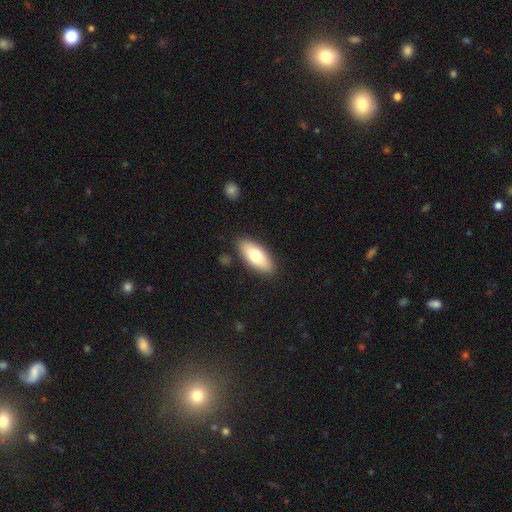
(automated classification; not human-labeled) Overall: smooth (73%). How rounded: in between (83%). Merging: none (87%).